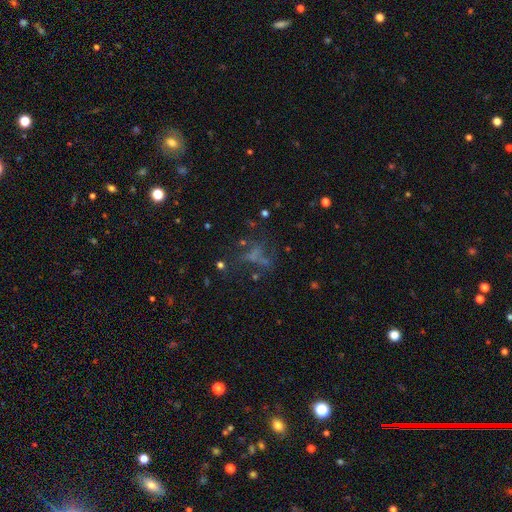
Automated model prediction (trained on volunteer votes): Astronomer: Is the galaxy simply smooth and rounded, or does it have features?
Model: smooth — 34%, tied with star or artifact at 34%.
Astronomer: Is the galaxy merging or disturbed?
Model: none — 48% (runner-up: major disturbance, 28%).